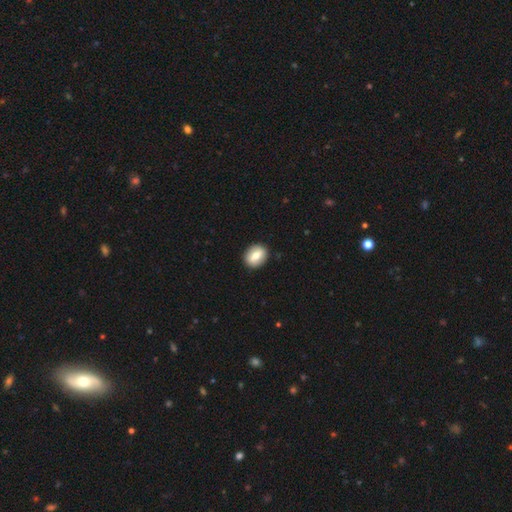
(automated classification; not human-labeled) Smooth or featured? Predicted: smooth (p=0.70). How rounded? Predicted: round (p=0.57). Merging? Predicted: none (p=0.90).